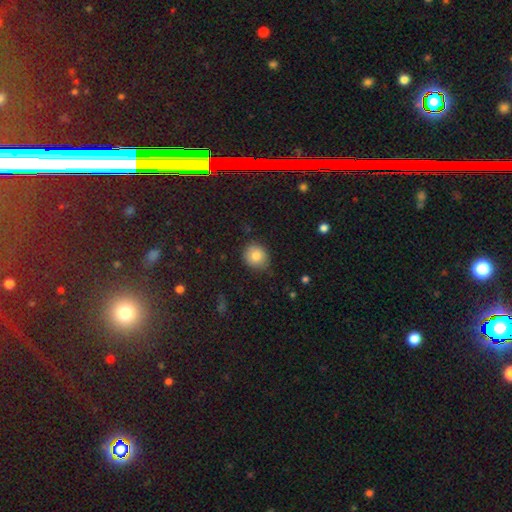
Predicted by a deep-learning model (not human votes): A smooth galaxy with no disk features (83%) that is round (77%).

Vote fractions:
- Smooth or featured? smooth: 83% / star or artifact: 9% / featured or disk: 8%
- How rounded? round: 77% / in between: 22% / cigar-shaped: 1%
- Merging? none: 78% / minor disturbance: 17% / major disturbance: 3% / merger: 1%